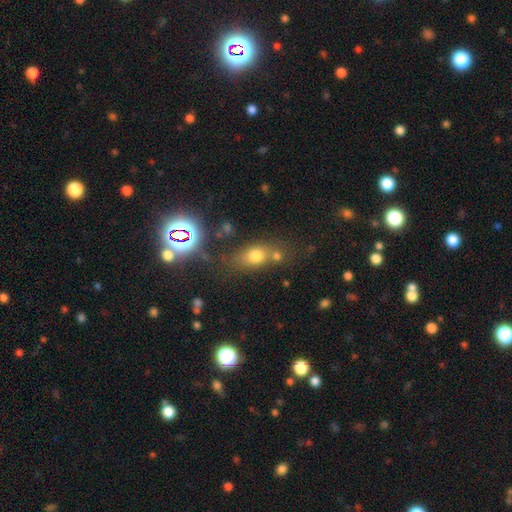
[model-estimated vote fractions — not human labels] A smooth galaxy with no disk features (68%) that is in between round and cigar-shaped (61%). Merging: none (55%).